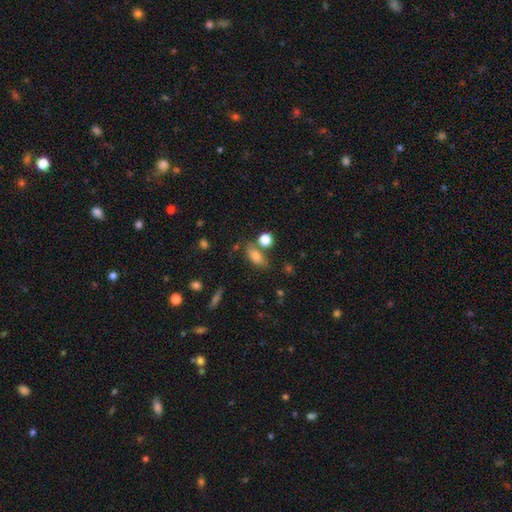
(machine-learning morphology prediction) A smooth galaxy with no disk features (78%) that is in between round and cigar-shaped (79%). Merging: none (61%).